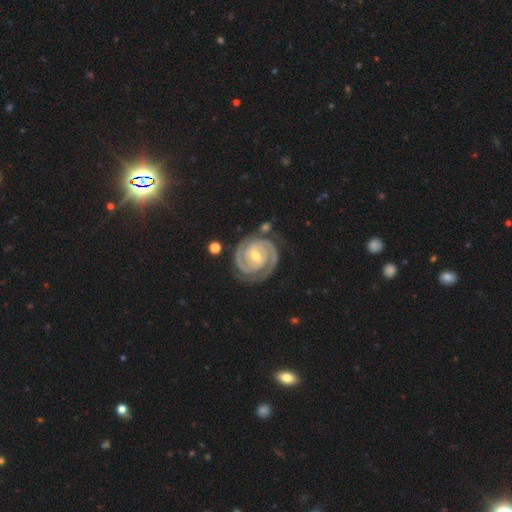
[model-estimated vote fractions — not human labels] Smooth or featured?
  - featured or disk: 93% *
  - star or artifact: 4%
  - smooth: 4%
Edge-on disk?
  - no: 98% *
  - yes: 2%
Bar?
  - weak: 44% *
  - strong: 30%
  - no: 26%
Spiral arms?
  - yes: 98% *
  - no: 2%
Spiral winding?
  - tight: 83% *
  - medium: 15%
  - loose: 2%
Spiral arm count?
  - 2: 88% *
  - 3: 5%
  - can't tell: 3%
  - 4: 1%
  - 1: 1%
  - more than 4: 1%
Bulge size?
  - moderate: 53% *
  - small: 43%
  - large: 2%
  - none: 1%
  - dominant: 1%
Merging?
  - none: 80% *
  - minor disturbance: 13%
  - major disturbance: 4%
  - merger: 3%